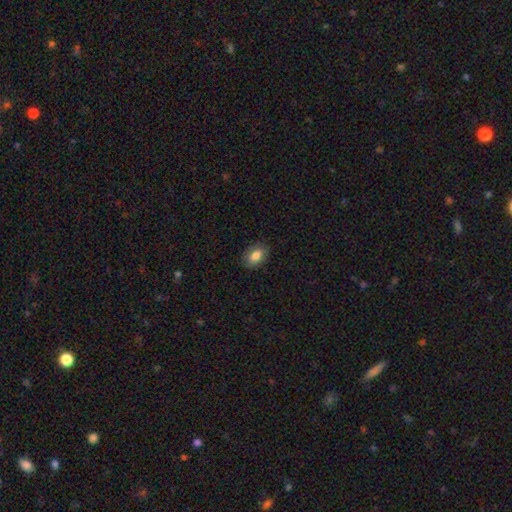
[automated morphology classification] Smooth or featured? smooth (81%)
How rounded? in between (86%)
Merging? none (84%)